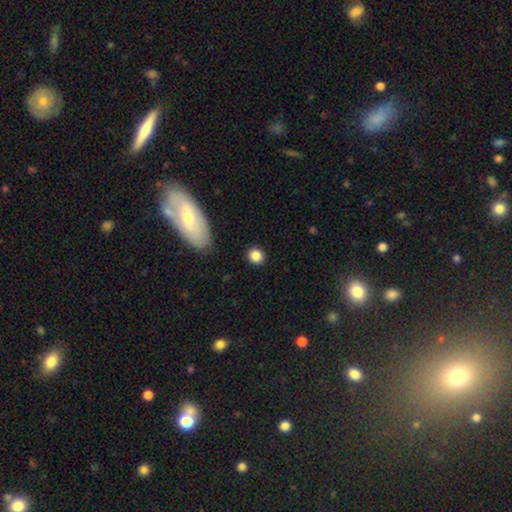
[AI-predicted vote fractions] Smooth or featured? Predicted: smooth (p=0.85). How rounded? Predicted: round (p=0.79). Merging? Predicted: none (p=0.88).